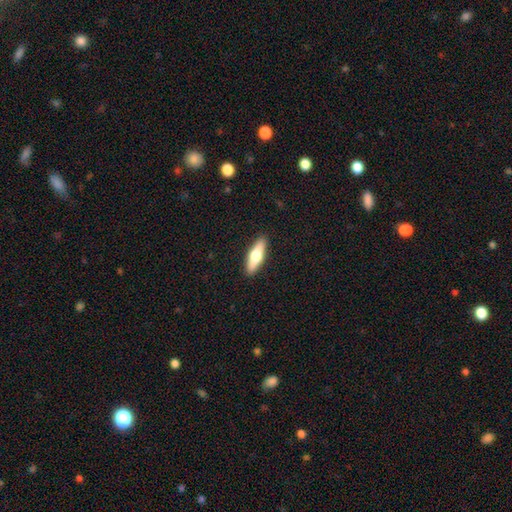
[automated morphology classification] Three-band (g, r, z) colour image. It shows a smooth galaxy with no disk features (59%) that is cigar-shaped (59%). Merging: none (90%).